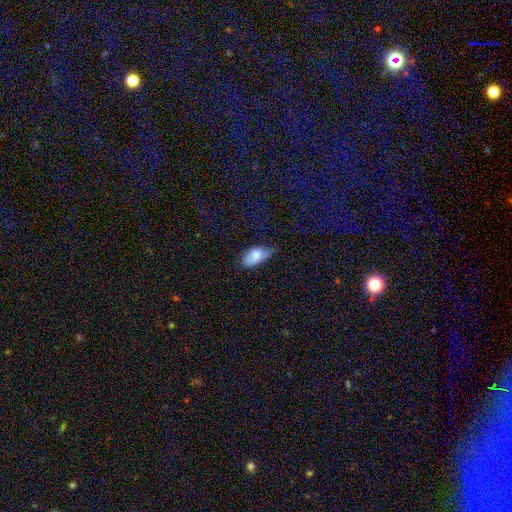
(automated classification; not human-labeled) smooth_or_featured: smooth (p=0.77) [alt: featured or disk p=0.17]
how_rounded: in between (p=0.93) [alt: round p=0.04]
merging: minor disturbance (p=0.44) [alt: none p=0.42]